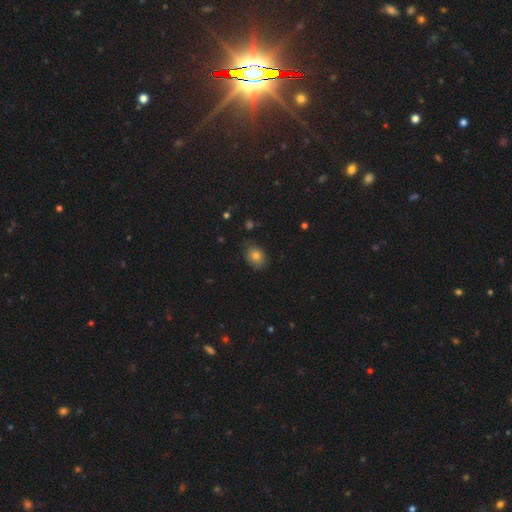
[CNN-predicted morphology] Overall: smooth (80%). How rounded: in between (58%; round 41%). Merging: none (75%).